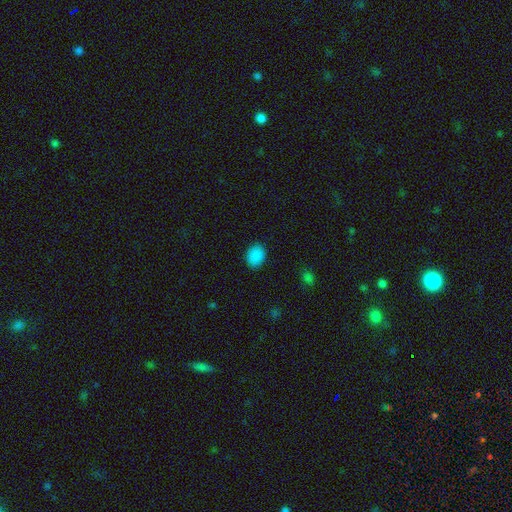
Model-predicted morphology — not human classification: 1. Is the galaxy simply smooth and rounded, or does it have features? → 88% smooth, 10% star or artifact, 3% featured or disk.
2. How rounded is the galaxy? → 61% in between, 38% round, 1% cigar-shaped.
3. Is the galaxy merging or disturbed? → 87% none, 9% minor disturbance, 3% major disturbance, 1% merger.